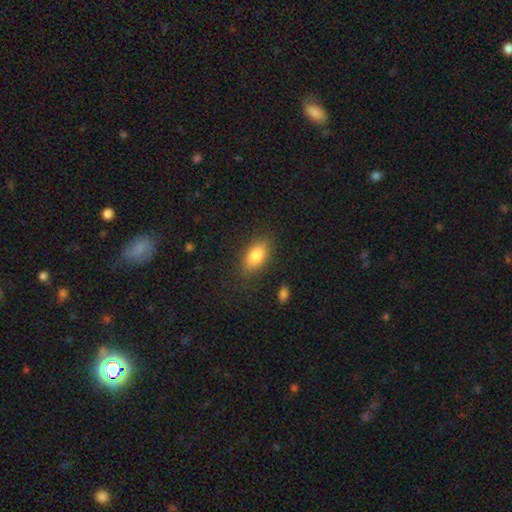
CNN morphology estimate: Smooth or featured: smooth — 83% (featured or disk — 10%)
How rounded: in between — 89% (round — 6%)
Merging: none — 83% (minor disturbance — 12%)